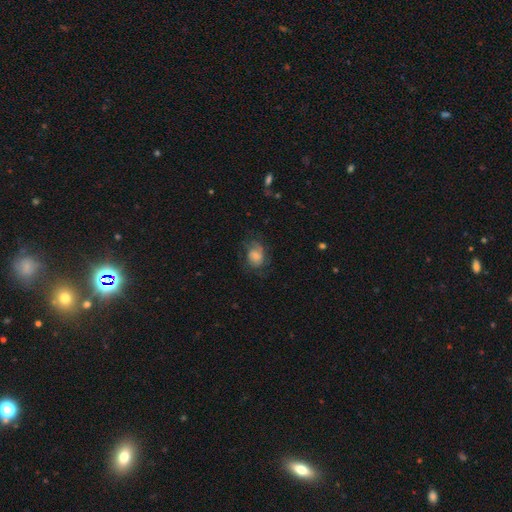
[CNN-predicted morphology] Smooth or featured? smooth (46%)
Merging? none (57%)